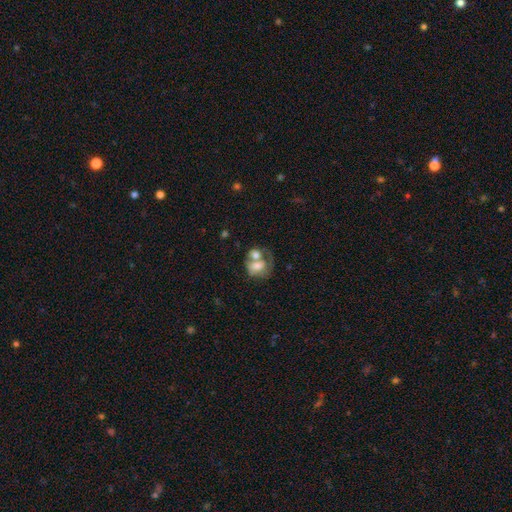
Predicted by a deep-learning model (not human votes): smooth 60%, featured or disk 32%, star or artifact 8%. Down the decision tree: how rounded — in between (58%); merging — merger (61%).